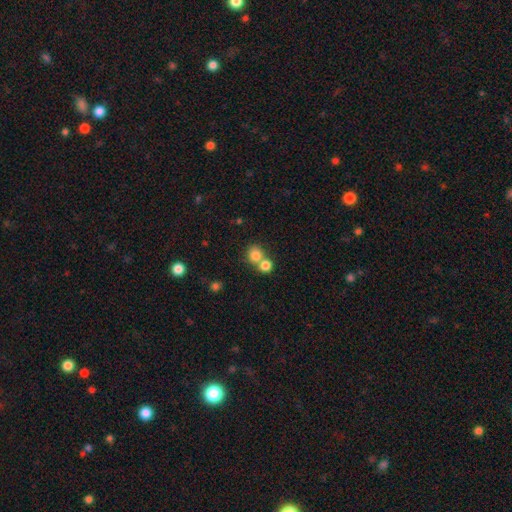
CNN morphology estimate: A smooth galaxy with no disk features (80%) that is round (83%).

Vote fractions:
- Smooth or featured? smooth: 80% / star or artifact: 12% / featured or disk: 8%
- How rounded? round: 83% / in between: 16% / cigar-shaped: 1%
- Merging? none: 46% / merger: 45% / minor disturbance: 6% / major disturbance: 3%